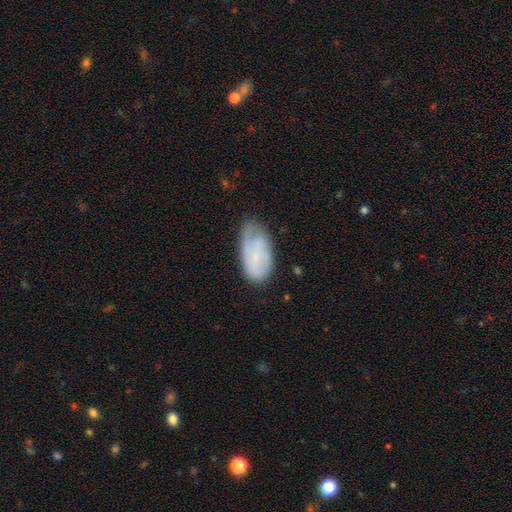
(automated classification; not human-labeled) smooth-or-featured: featured or disk: 47% | smooth: 46% | star or artifact: 8%
  merging: none: 54% | minor disturbance: 32% | major disturbance: 12% | merger: 2%